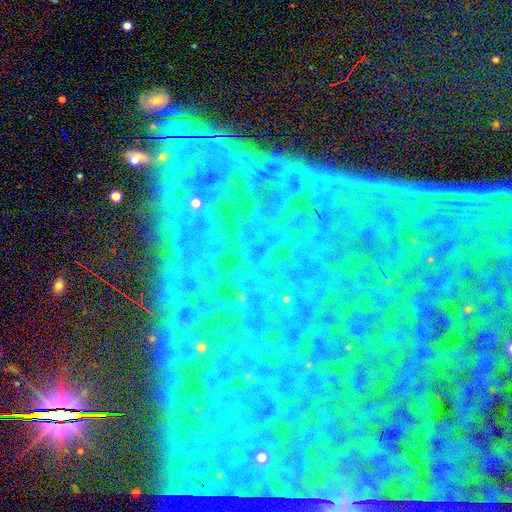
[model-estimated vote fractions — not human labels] Smooth or featured: star or artifact — 85% (featured or disk — 8%)